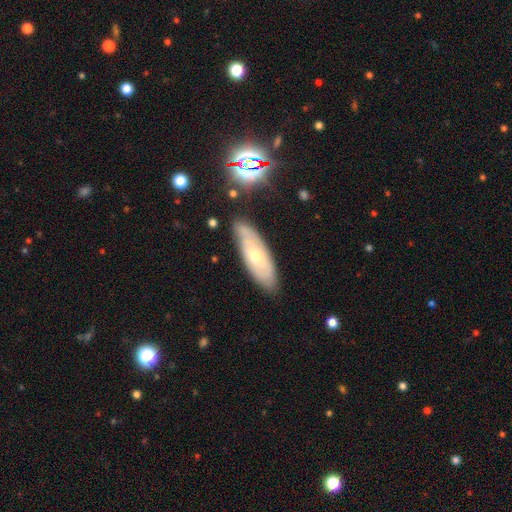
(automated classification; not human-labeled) A featured or disk galaxy (50%). Merging: none (76%).